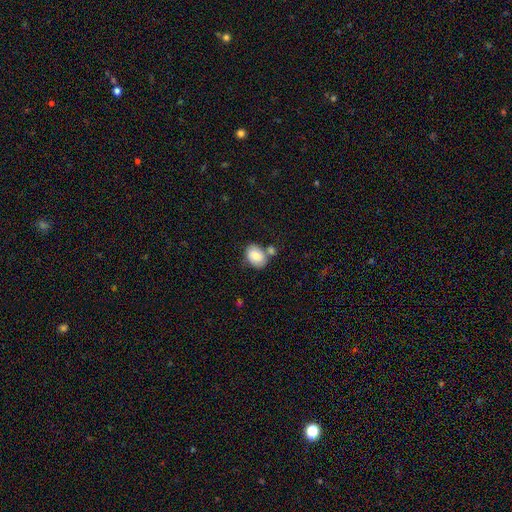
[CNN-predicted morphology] Smooth or featured: smooth — 79% (featured or disk — 14%)
How rounded: in between — 72% (round — 27%)
Merging: none — 56% (merger — 22%)